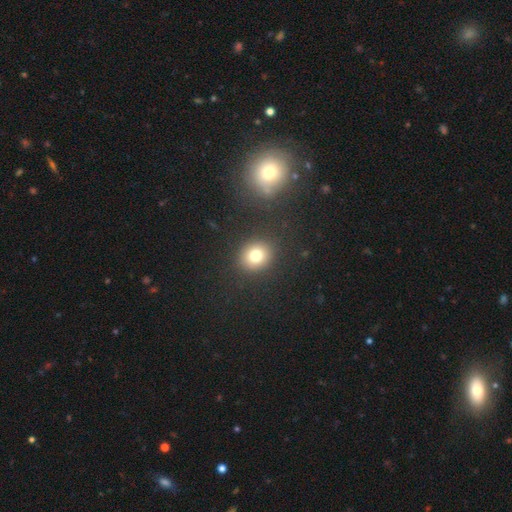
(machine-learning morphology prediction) Smooth or featured?
  - smooth: 76% *
  - star or artifact: 14%
  - featured or disk: 9%
How rounded?
  - round: 81% *
  - in between: 18%
  - cigar-shaped: 1%
Merging?
  - none: 89% *
  - minor disturbance: 6%
  - major disturbance: 3%
  - merger: 2%